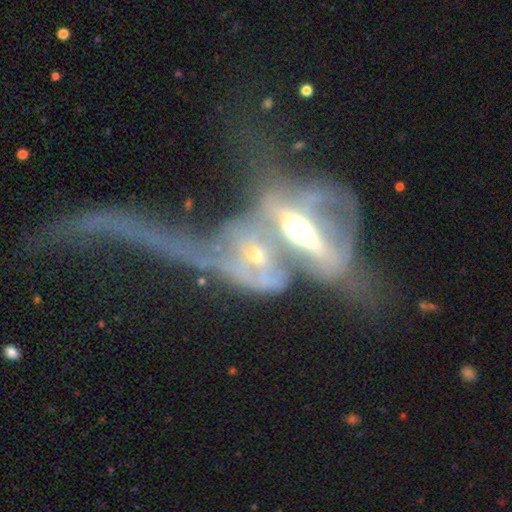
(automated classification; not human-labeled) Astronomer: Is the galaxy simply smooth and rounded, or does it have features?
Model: featured or disk — 71%.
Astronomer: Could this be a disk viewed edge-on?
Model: no — 73%.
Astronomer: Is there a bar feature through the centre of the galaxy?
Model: no — 60%.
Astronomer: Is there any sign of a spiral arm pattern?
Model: no — 59% (runner-up: yes, 41%).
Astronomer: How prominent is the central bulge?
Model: moderate — 54%.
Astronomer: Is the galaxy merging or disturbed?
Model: merger — 64%.